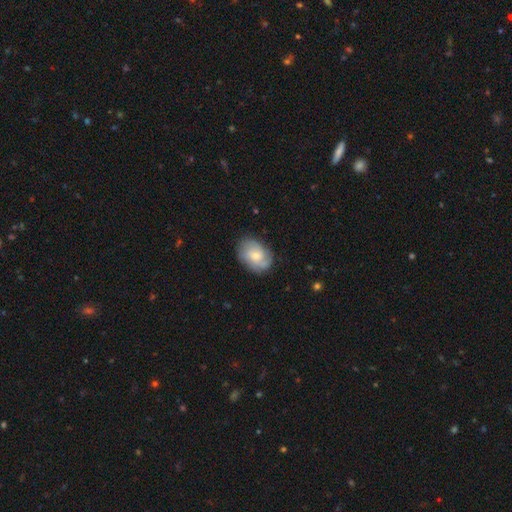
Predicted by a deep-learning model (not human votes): This appears to be a featured or disk galaxy (50%). Merging: none (74%).